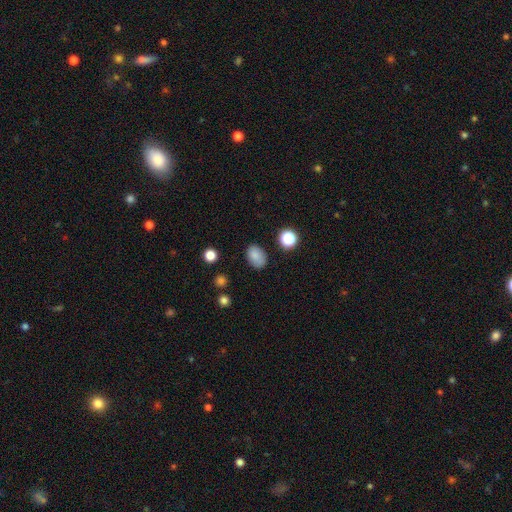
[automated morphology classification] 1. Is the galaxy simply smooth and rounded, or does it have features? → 83% smooth, 11% star or artifact, 6% featured or disk.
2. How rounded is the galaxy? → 81% in between, 18% round, 1% cigar-shaped.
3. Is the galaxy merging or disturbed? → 81% none, 14% minor disturbance, 3% major disturbance, 2% merger.